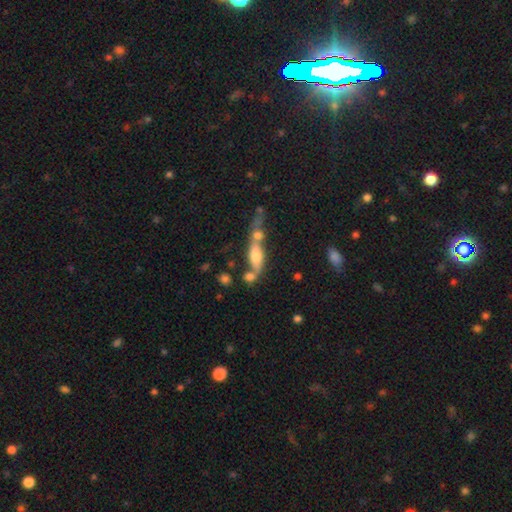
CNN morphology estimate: smooth 52%, featured or disk 38%, star or artifact 10%. Down the decision tree: how rounded — in between (52%); merging — merger (47%).